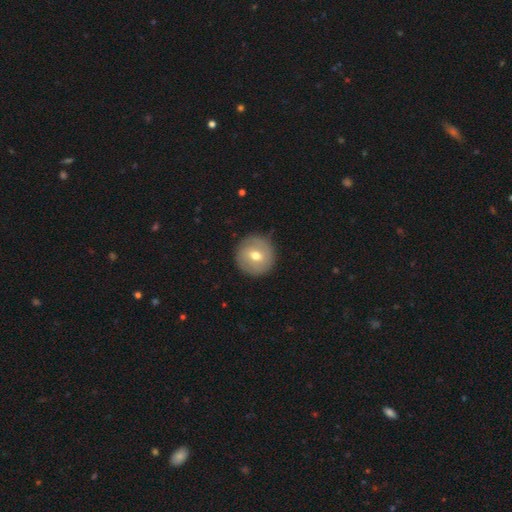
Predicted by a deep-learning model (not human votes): smooth-or-featured: smooth: 60% | featured or disk: 33% | star or artifact: 7%
  how-rounded: round: 95% | in between: 4% | cigar-shaped: 1%
  merging: none: 87% | minor disturbance: 10% | major disturbance: 3% | merger: 1%